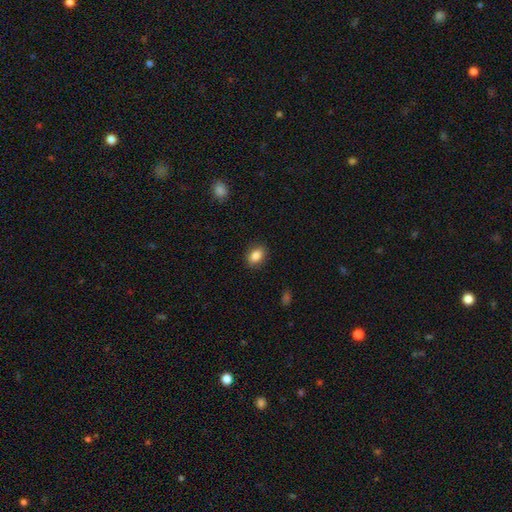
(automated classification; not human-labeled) A smooth galaxy with no disk features (87%) that is in between round and cigar-shaped (77%). Merging: none (88%).